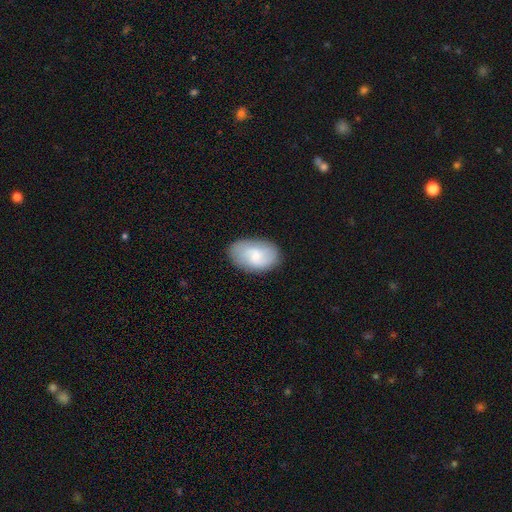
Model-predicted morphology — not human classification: Overall: smooth (59%; featured or disk 35%). How rounded: in between (88%). Merging: none (80%).